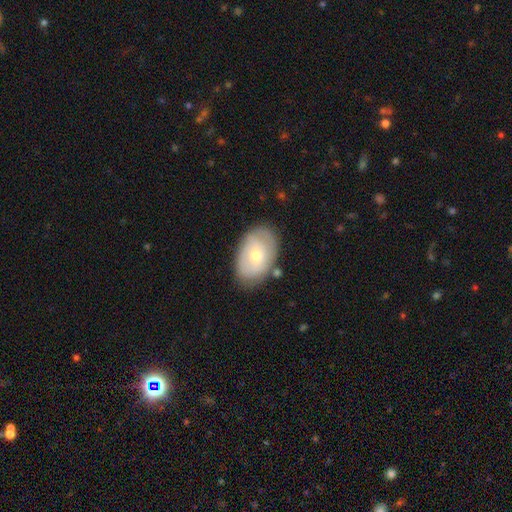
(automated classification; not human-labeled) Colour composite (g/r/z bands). It shows a smooth galaxy with no disk features (52%) that is in between round and cigar-shaped (87%). Merging: none (76%).